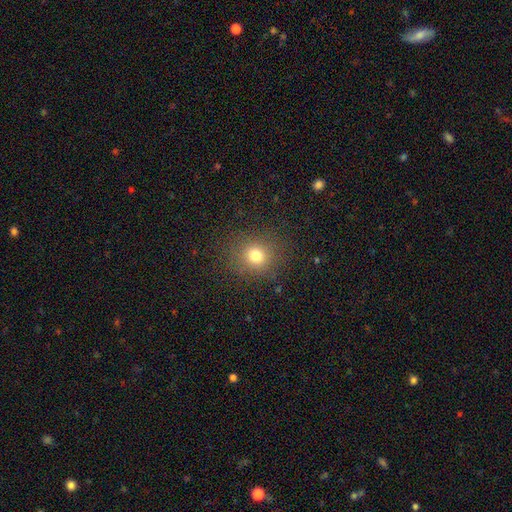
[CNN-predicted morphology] The model was most divided on "smooth or featured": smooth: 76%, star or artifact: 17%, featured or disk: 7%. More confident: merging — none (87%); how rounded — round (85%).